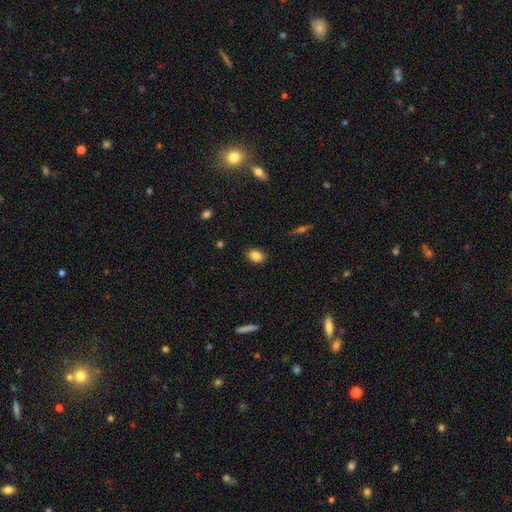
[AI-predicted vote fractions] Smooth or featured?
  - smooth: 86% *
  - star or artifact: 9%
  - featured or disk: 6%
How rounded?
  - in between: 76% *
  - round: 23%
  - cigar-shaped: 2%
Merging?
  - none: 87% *
  - minor disturbance: 9%
  - major disturbance: 2%
  - merger: 1%